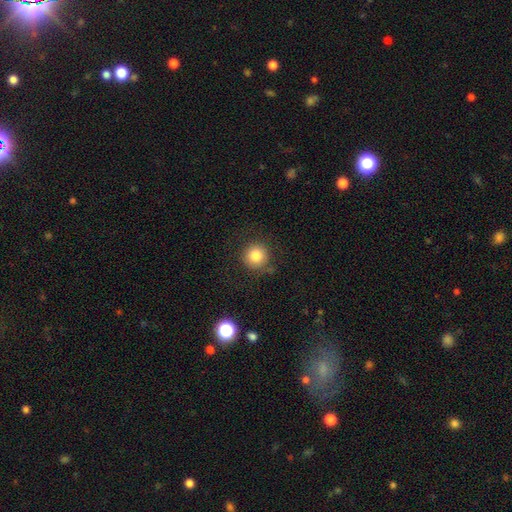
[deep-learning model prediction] Smooth or featured: smooth — 83% (star or artifact — 11%)
How rounded: round — 94% (in between — 5%)
Merging: none — 84% (minor disturbance — 10%)